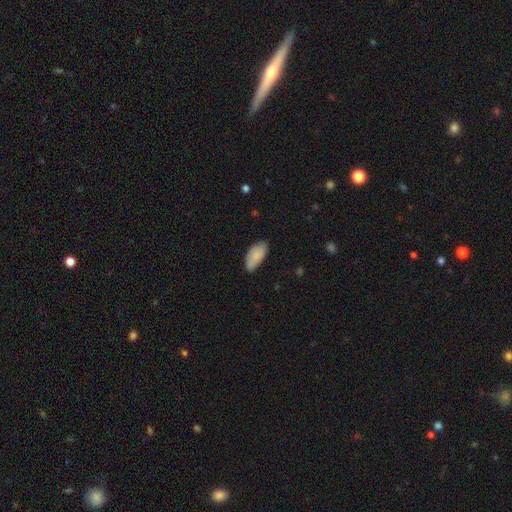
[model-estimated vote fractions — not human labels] Overall: smooth (85%). How rounded: in between (93%). Merging: none (73%).